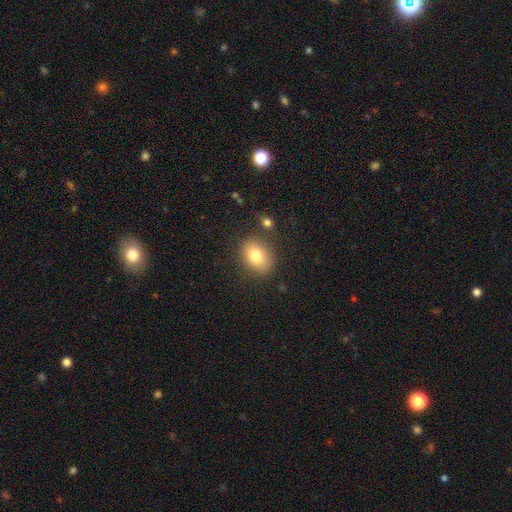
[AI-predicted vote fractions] smooth 80%, featured or disk 10%, star or artifact 9%. Down the decision tree: how rounded — in between (61%); merging — none (79%).